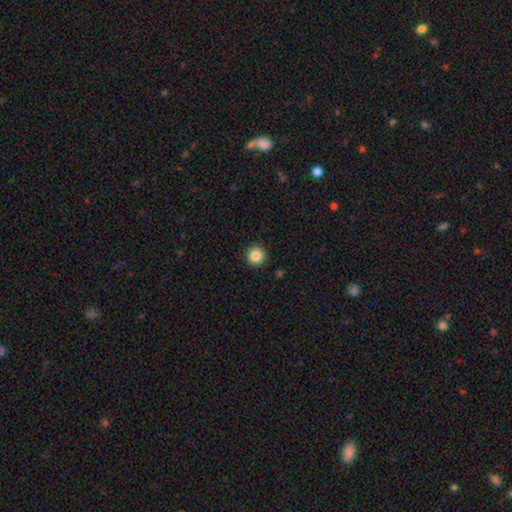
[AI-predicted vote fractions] Smooth or featured?
  - smooth: 86% *
  - star or artifact: 10%
  - featured or disk: 4%
How rounded?
  - round: 95% *
  - in between: 4%
  - cigar-shaped: 1%
Merging?
  - none: 92% *
  - minor disturbance: 5%
  - major disturbance: 2%
  - merger: 1%